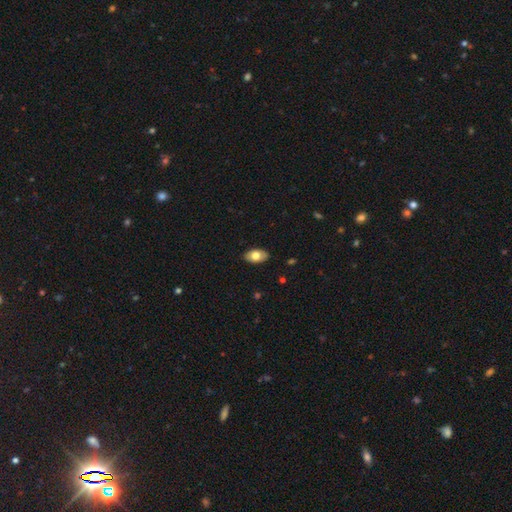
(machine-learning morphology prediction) smooth 74%, featured or disk 20%, star or artifact 7%. Down the decision tree: how rounded — in between (93%); merging — none (87%).